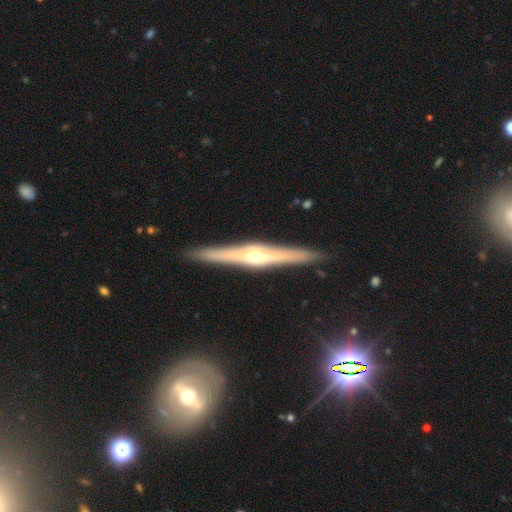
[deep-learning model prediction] Smooth or featured?
  - featured or disk: 81% *
  - smooth: 13%
  - star or artifact: 6%
Edge-on disk?
  - yes: 98% *
  - no: 2%
Edge-on bulge?
  - rounded: 86% *
  - boxy: 7%
  - none: 7%
Merging?
  - none: 91% *
  - minor disturbance: 6%
  - major disturbance: 1%
  - merger: 1%